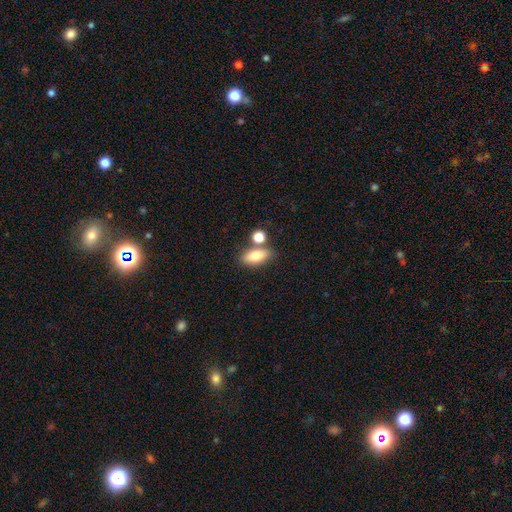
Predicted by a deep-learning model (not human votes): Smooth or featured? smooth (79%)
How rounded? in between (80%)
Merging? none (63%)